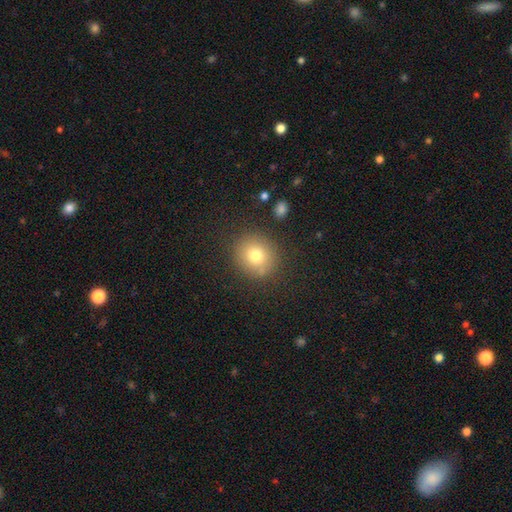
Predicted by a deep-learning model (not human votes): A smooth galaxy with no disk features (75%) that is round (88%).

Vote fractions:
- Smooth or featured? smooth: 75% / star or artifact: 13% / featured or disk: 12%
- How rounded? round: 88% / in between: 11% / cigar-shaped: 1%
- Merging? none: 84% / minor disturbance: 9% / major disturbance: 3% / merger: 3%